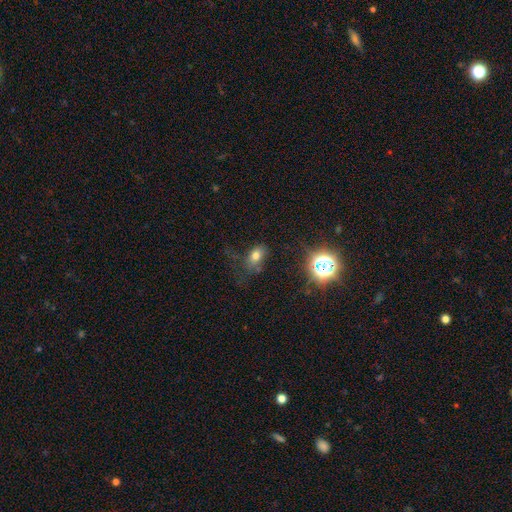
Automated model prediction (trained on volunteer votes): Smooth or featured? smooth (68%)
How rounded? in between (80%)
Merging? none (59%)